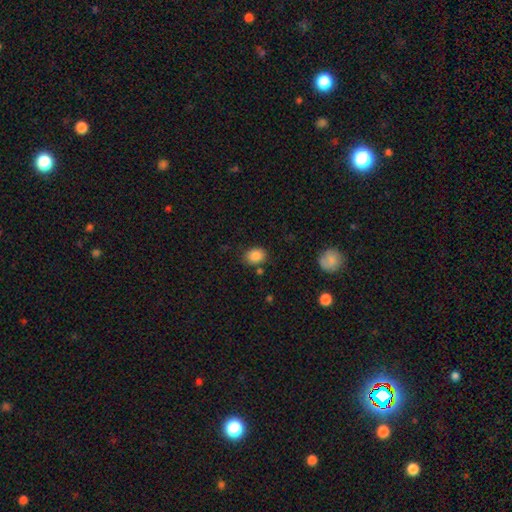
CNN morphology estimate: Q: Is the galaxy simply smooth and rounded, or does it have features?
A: smooth — 86%.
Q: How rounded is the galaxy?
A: in between — 61%.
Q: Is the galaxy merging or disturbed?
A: none — 79%.